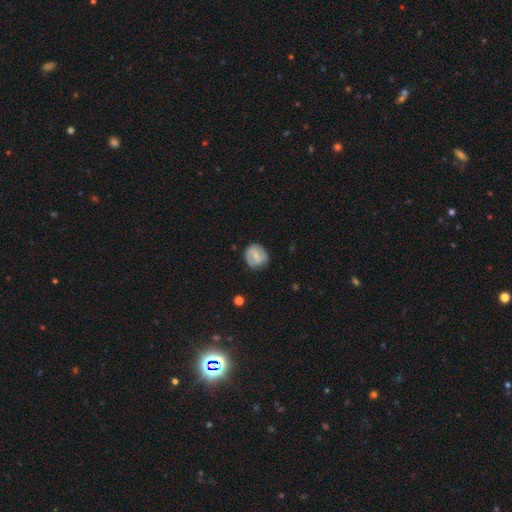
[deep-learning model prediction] Smooth or featured: smooth — 48% (featured or disk — 45%)
Merging: none — 78% (minor disturbance — 17%)